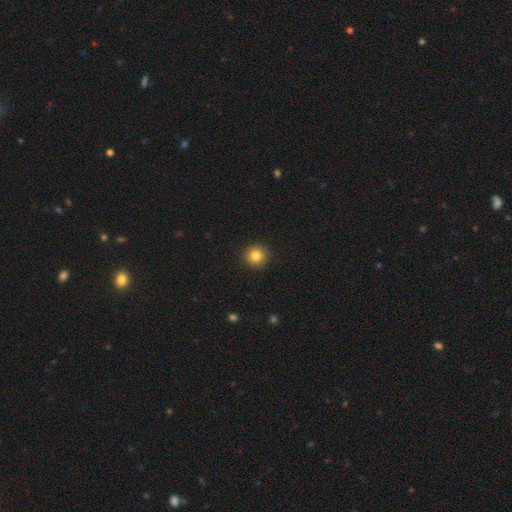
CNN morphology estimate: smooth 82%, star or artifact 11%, featured or disk 6%. Down the decision tree: how rounded — round (95%); merging — none (93%).